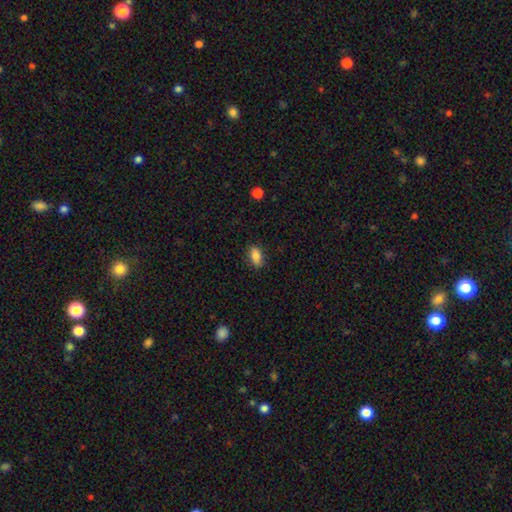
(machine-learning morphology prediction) smooth-or-featured: smooth: 85% | star or artifact: 8% | featured or disk: 7%
  how-rounded: in between: 88% | cigar-shaped: 7% | round: 6%
  merging: none: 81% | minor disturbance: 14% | major disturbance: 3% | merger: 1%